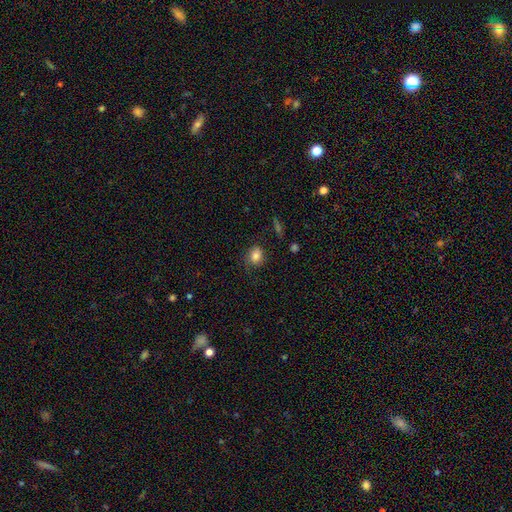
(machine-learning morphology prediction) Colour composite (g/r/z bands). It shows a smooth galaxy with no disk features (82%) that is round (53%). Merging: none (72%).